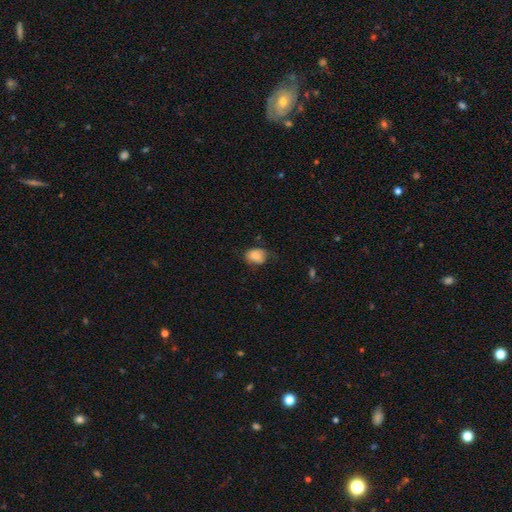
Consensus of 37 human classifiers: This appears to be a smooth galaxy with no disk features (81%) that is in between round and cigar-shaped (87%). Merging: none (69%).